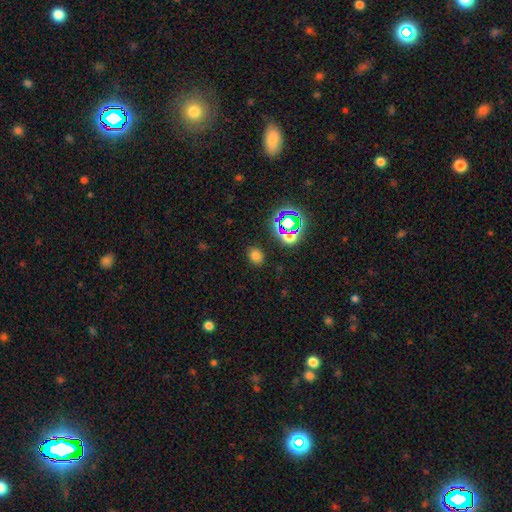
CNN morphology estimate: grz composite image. It shows a smooth galaxy with no disk features (70%) that is round (53%). Merging: none (84%).